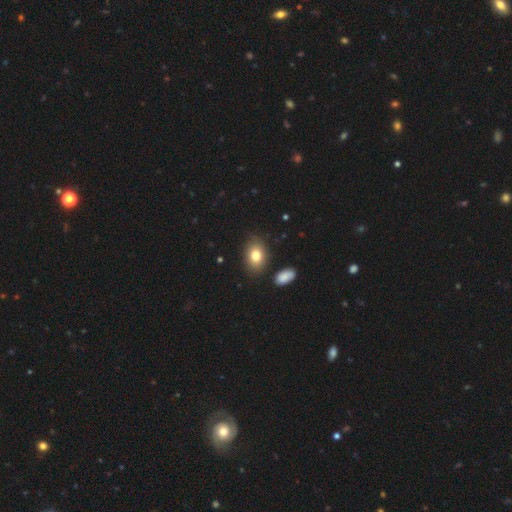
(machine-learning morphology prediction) The model was most divided on "how rounded": in between: 78%, round: 21%, cigar-shaped: 1%. More confident: merging — none (82%); smooth or featured — smooth (79%).